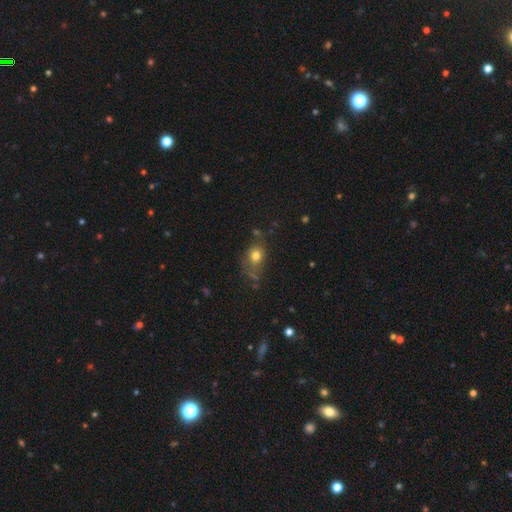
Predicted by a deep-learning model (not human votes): Q: Smooth or featured?
A: smooth (76%); runner-up: star or artifact (12%)
Q: How rounded?
A: in between (51%); runner-up: round (47%)
Q: Merging?
A: none (58%); runner-up: minor disturbance (24%)